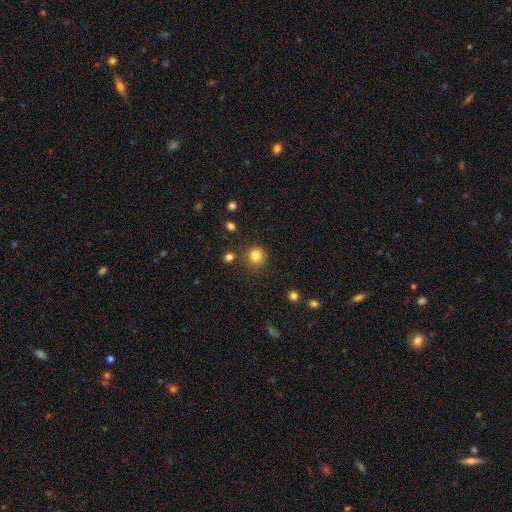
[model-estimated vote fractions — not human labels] This is clearly a smooth galaxy (82%). How rounded: clearly round (91%). Merging: clearly none (84%).